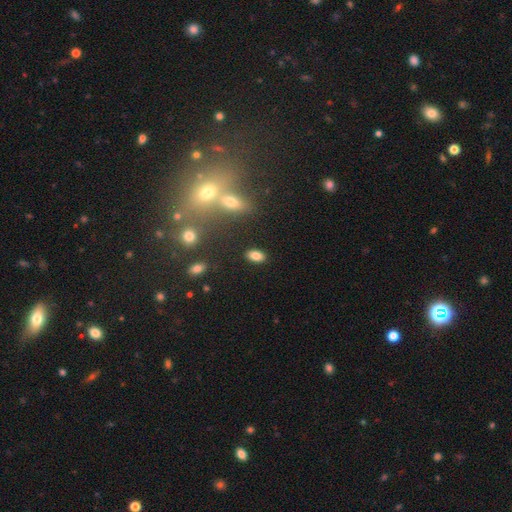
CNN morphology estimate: smooth 82%, star or artifact 10%, featured or disk 8%. Down the decision tree: how rounded — in between (90%); merging — none (86%).